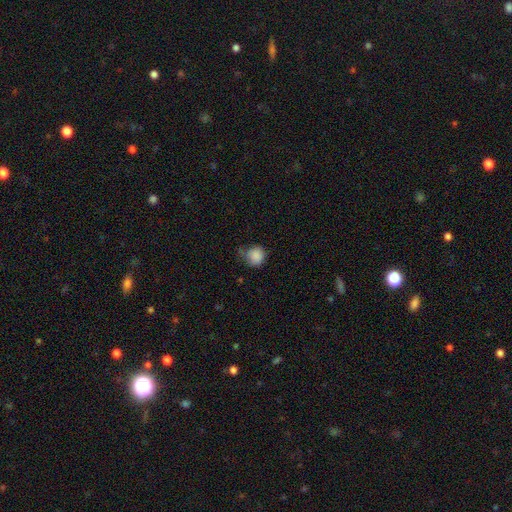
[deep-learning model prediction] The model was most divided on "merging": none: 53%, minor disturbance: 32%, major disturbance: 11%, merger: 5%. More confident: smooth or featured — smooth (86%); how rounded — round (86%).